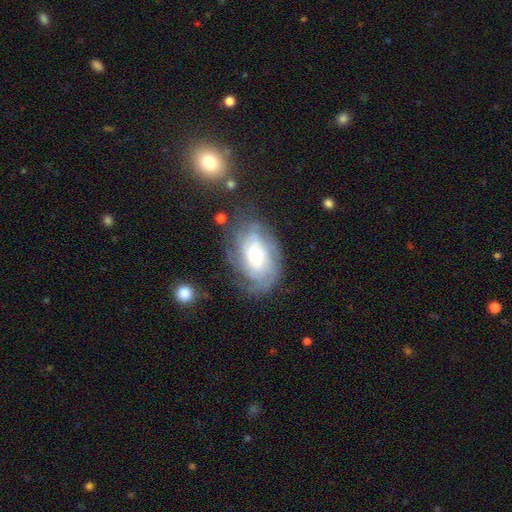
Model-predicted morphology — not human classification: This is likely a featured or disk galaxy (75%). It is clearly not viewed edge-on (96%). Bar: likely no (69%). Spiral arm pattern: clearly yes (91%). Spiral arm count: possibly can't tell (46%). Spiral winding: likely tight (62%). Central bulge: marginally moderate (44%). Merging: likely none (67%).